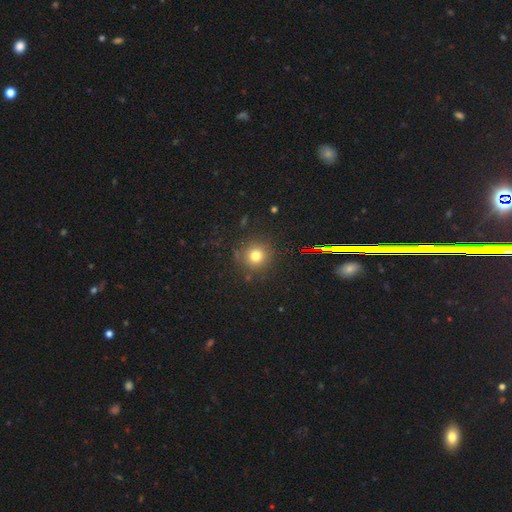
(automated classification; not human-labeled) Overall: smooth (74%). How rounded: round (94%). Merging: none (86%).